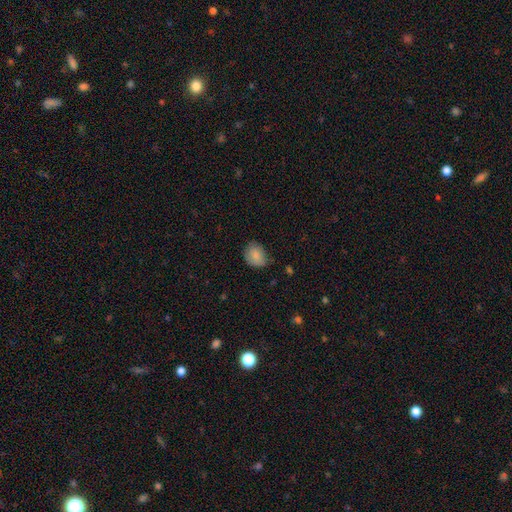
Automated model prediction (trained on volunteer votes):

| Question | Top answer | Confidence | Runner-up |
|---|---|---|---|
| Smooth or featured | smooth | 84% | featured or disk (8%) |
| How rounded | round | 53% | in between (46%) |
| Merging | none | 61% | minor disturbance (32%) |